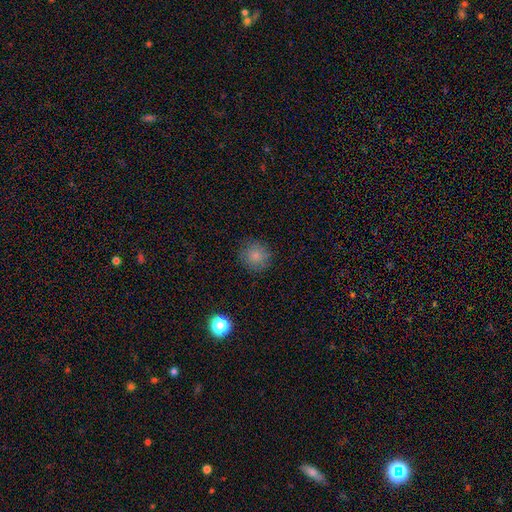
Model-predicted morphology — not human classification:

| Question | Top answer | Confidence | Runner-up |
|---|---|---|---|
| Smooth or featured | smooth | 82% | star or artifact (11%) |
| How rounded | round | 92% | in between (7%) |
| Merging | none | 86% | minor disturbance (10%) |